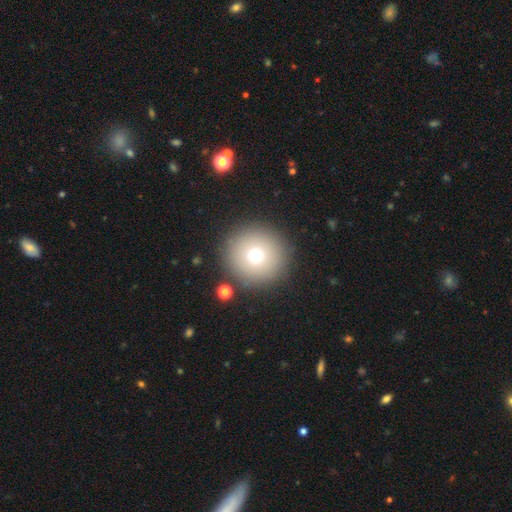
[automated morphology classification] The model was most divided on "smooth or featured": smooth: 72%, star or artifact: 15%, featured or disk: 13%. More confident: how rounded — round (96%); merging — none (88%).